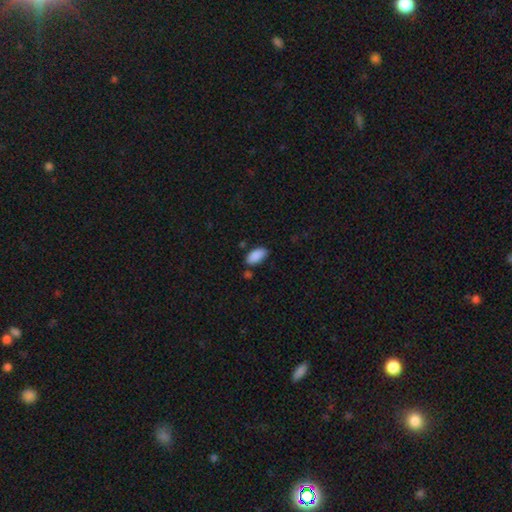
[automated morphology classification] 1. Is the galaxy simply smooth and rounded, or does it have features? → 90% smooth, 7% star or artifact, 4% featured or disk.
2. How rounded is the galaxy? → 93% in between, 5% cigar-shaped, 2% round.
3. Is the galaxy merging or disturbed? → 79% none, 14% minor disturbance, 4% merger, 3% major disturbance.